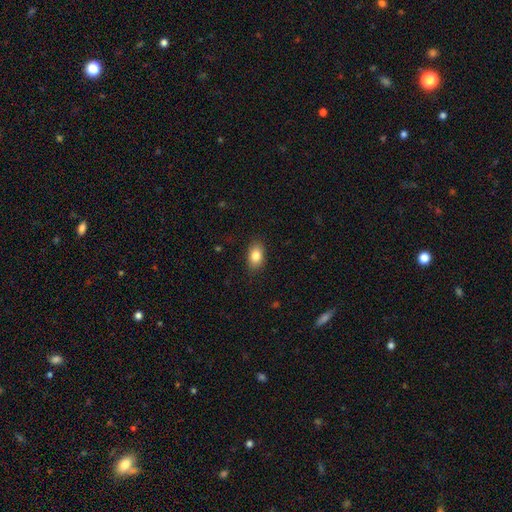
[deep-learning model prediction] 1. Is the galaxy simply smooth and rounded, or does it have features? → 85% smooth, 8% star or artifact, 8% featured or disk.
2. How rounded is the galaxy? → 89% in between, 9% round, 2% cigar-shaped.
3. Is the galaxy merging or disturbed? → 86% none, 10% minor disturbance, 3% major disturbance, 1% merger.